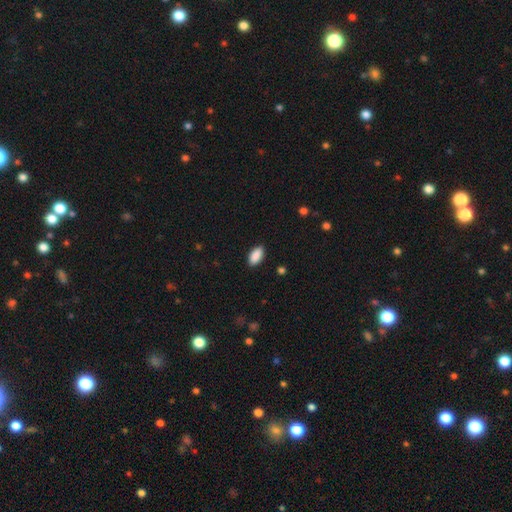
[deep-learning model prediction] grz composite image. It shows a smooth galaxy with no disk features (90%) that is in between round and cigar-shaped (93%). Merging: none (88%).